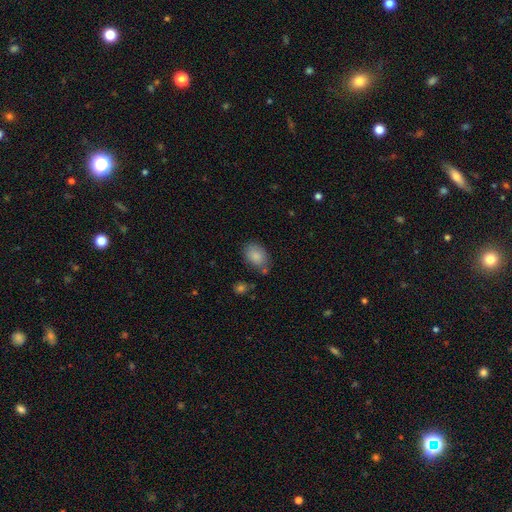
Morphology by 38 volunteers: Q: Smooth or featured?
A: smooth (87%); runner-up: featured or disk (11%)
Q: How rounded?
A: in between (94%); runner-up: round (6%)
Q: Merging?
A: none (78%); runner-up: major disturbance (8%)